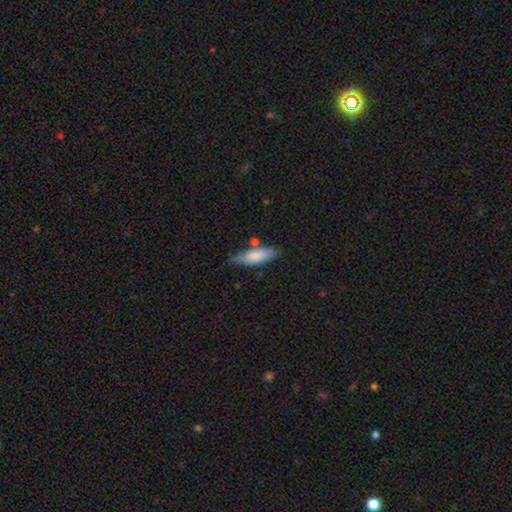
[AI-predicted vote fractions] Smooth or featured? smooth (77%)
How rounded? in between (49%, tied with cigar-shaped)
Merging? none (70%)